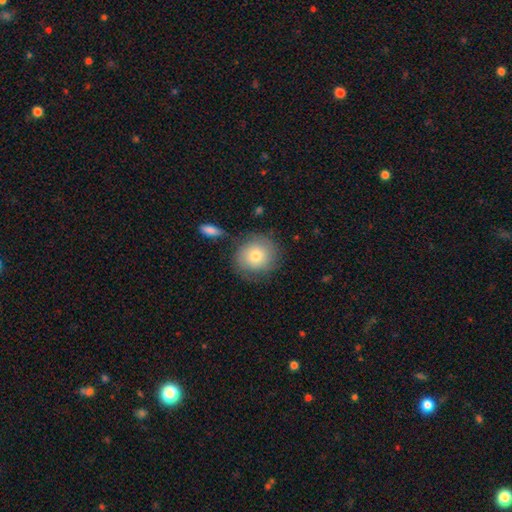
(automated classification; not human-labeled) Q: Smooth or featured?
A: smooth (74%); runner-up: featured or disk (18%)
Q: How rounded?
A: round (89%); runner-up: in between (10%)
Q: Merging?
A: none (75%); runner-up: minor disturbance (15%)